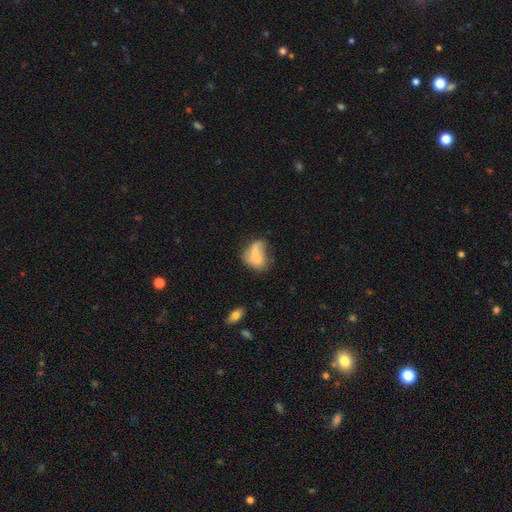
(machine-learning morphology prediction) Smooth or featured: smooth — 64% (featured or disk — 27%)
How rounded: in between — 75% (round — 22%)
Merging: merger — 27% (tied with none — 27%)